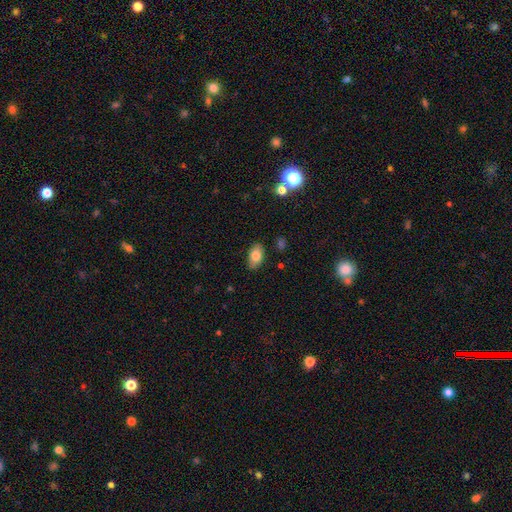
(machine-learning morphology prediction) Q: Smooth or featured?
A: smooth (80%); runner-up: featured or disk (12%)
Q: How rounded?
A: in between (92%); runner-up: round (6%)
Q: Merging?
A: none (85%); runner-up: minor disturbance (11%)